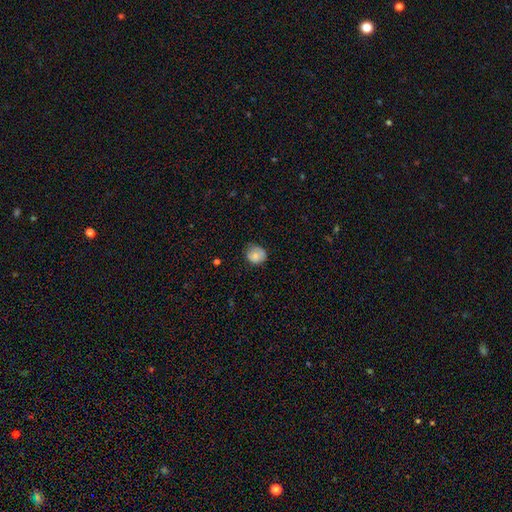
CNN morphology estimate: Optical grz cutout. It shows a smooth galaxy with no disk features (76%) that is round (78%). Merging: none (66%).